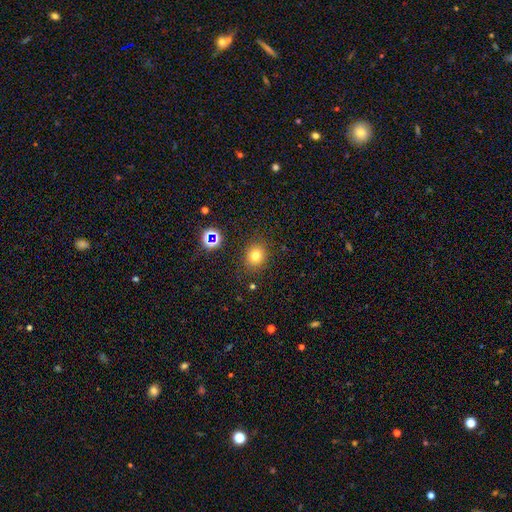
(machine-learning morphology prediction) This is likely a smooth galaxy (73%). How rounded: likely round (75%). Merging: clearly none (85%).